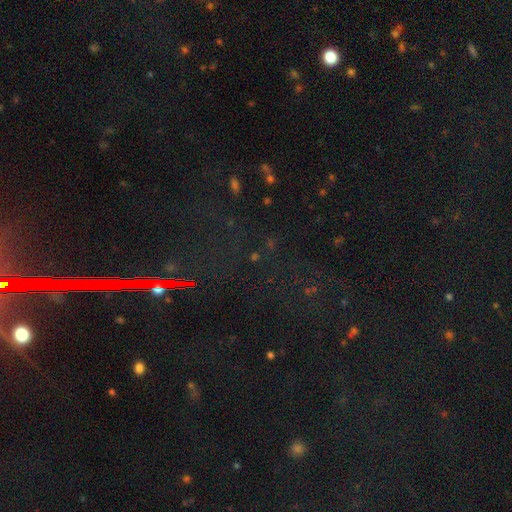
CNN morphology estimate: A star or artifact, not a galaxy (76%).

Vote fractions:
- Smooth or featured? star or artifact: 76% / smooth: 13% / featured or disk: 11%